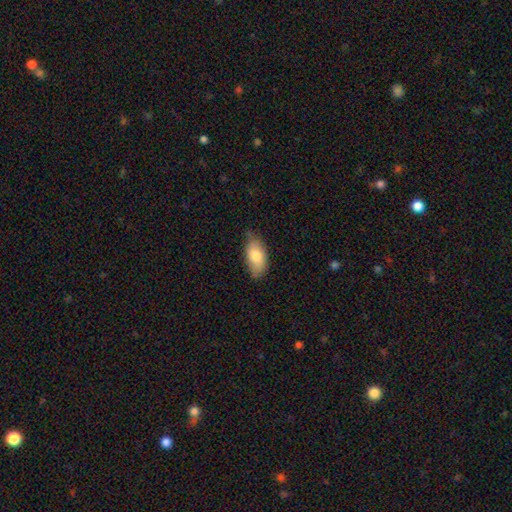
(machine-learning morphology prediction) A smooth galaxy with no disk features (80%) that is in between round and cigar-shaped (93%).

Vote fractions:
- Smooth or featured? smooth: 80% / featured or disk: 14% / star or artifact: 6%
- How rounded? in between: 93% / cigar-shaped: 4% / round: 3%
- Merging? none: 71% / minor disturbance: 24% / major disturbance: 4% / merger: 1%